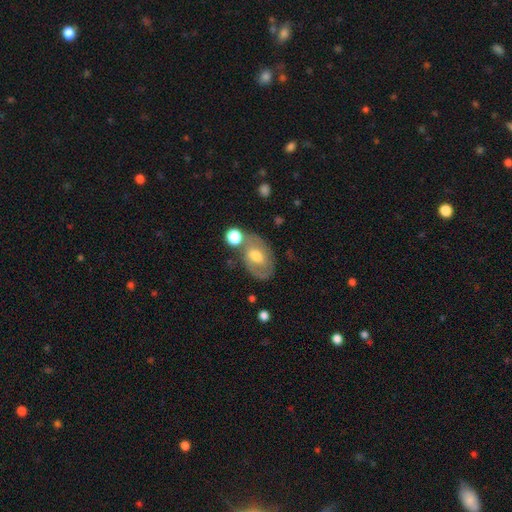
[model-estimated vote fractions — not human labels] smooth_or_featured: featured or disk (p=0.56) [alt: smooth p=0.36]
disk_edge_on: no (p=0.94) [alt: yes p=0.06]
bar: no (p=0.43) [alt: weak p=0.42]
has_spiral_arms: yes (p=0.64) [alt: no p=0.36]
bulge_size: moderate (p=0.68) [alt: small p=0.18]
merging: none (p=0.57) [alt: minor disturbance p=0.19]